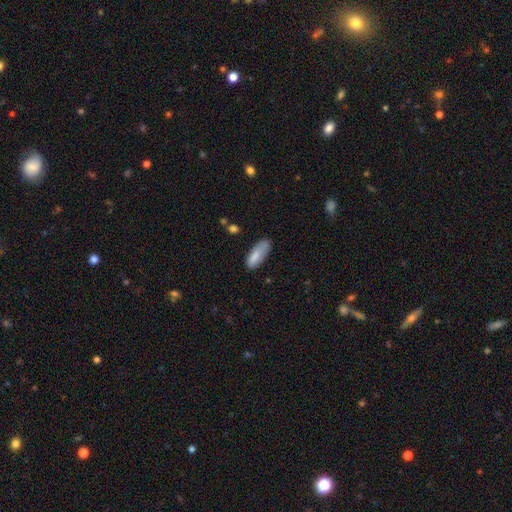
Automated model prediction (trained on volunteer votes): This is clearly a smooth galaxy (82%). How rounded: likely in between (71%). Merging: possibly none (60%).